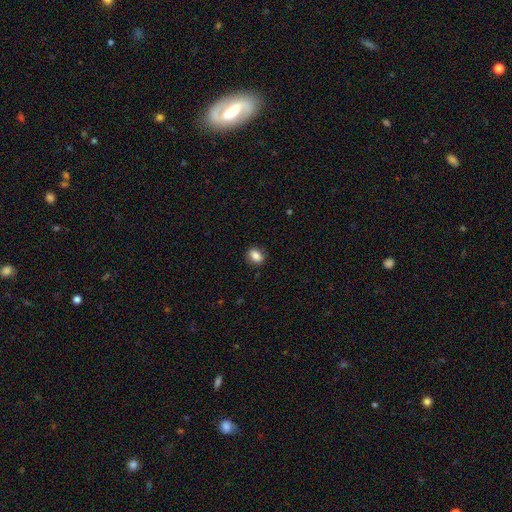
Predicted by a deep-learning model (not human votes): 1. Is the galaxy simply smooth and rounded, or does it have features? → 85% smooth, 9% star or artifact, 6% featured or disk.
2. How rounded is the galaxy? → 65% in between, 34% round, 2% cigar-shaped.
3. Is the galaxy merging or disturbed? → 86% none, 10% minor disturbance, 3% major disturbance, 1% merger.